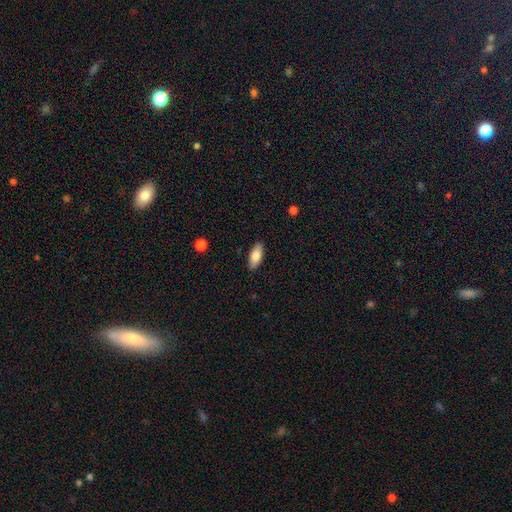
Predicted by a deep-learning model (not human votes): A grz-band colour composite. It shows a smooth galaxy with no disk features (80%) that is in between round and cigar-shaped (81%). Merging: none (88%).